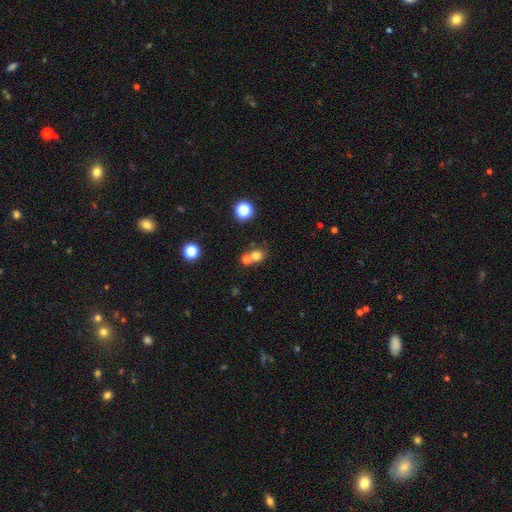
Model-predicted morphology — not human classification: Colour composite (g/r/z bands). It shows a smooth galaxy with no disk features (73%) that is round (77%). Merging: none (50%).